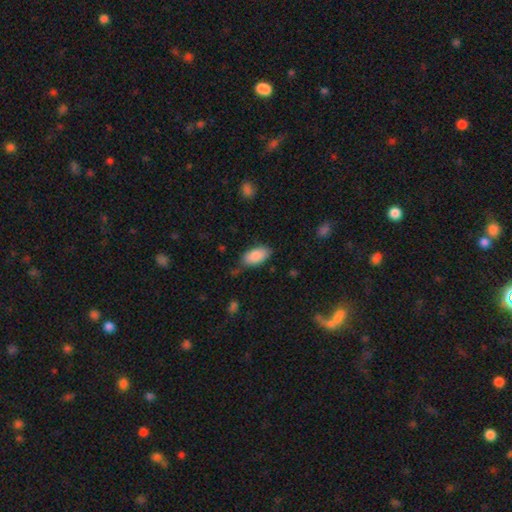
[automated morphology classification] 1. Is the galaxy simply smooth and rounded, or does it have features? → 88% smooth, 6% star or artifact, 6% featured or disk.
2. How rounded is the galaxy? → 94% in between, 4% cigar-shaped, 3% round.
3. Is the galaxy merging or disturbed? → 74% none, 19% minor disturbance, 4% major disturbance, 3% merger.